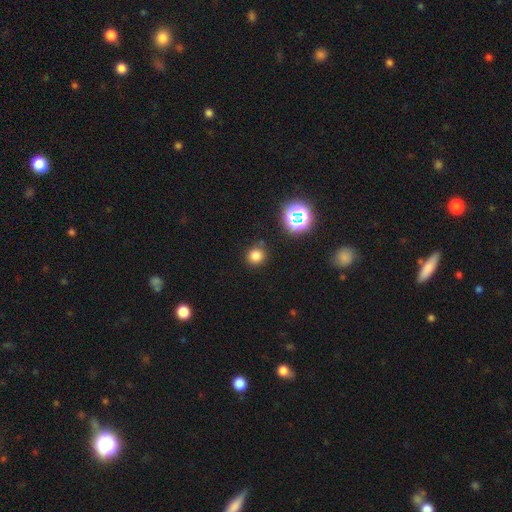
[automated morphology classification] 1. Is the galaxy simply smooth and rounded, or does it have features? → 76% smooth, 19% star or artifact, 5% featured or disk.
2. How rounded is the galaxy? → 90% round, 9% in between, 1% cigar-shaped.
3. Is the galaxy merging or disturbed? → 84% none, 9% minor disturbance, 3% merger, 3% major disturbance.